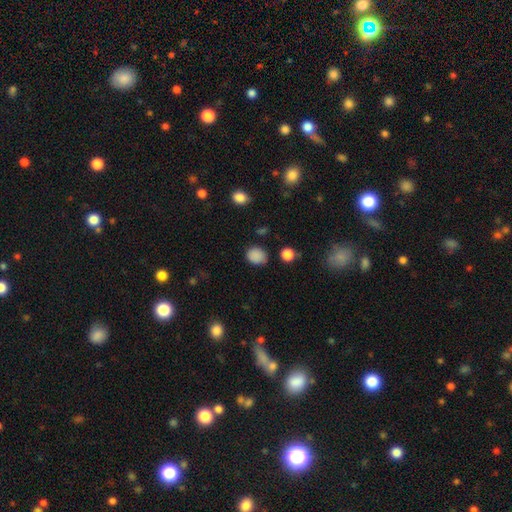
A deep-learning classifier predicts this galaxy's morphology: smooth_or_featured: smooth (p=0.85) [alt: star or artifact p=0.11]
how_rounded: round (p=0.57) [alt: in between p=0.42]
merging: none (p=0.80) [alt: minor disturbance p=0.14]